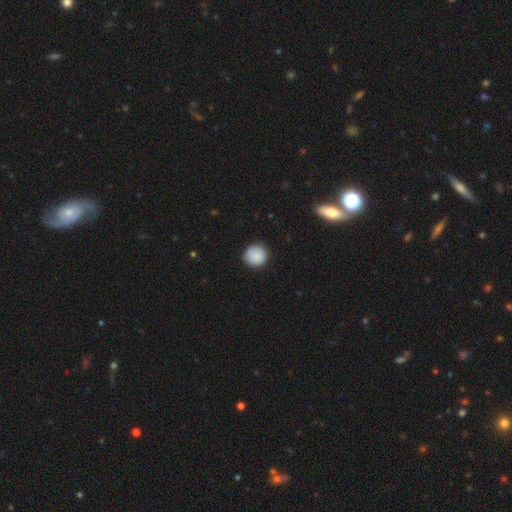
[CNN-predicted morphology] Q: Smooth or featured?
A: smooth (85%); runner-up: star or artifact (7%)
Q: How rounded?
A: round (94%); runner-up: in between (5%)
Q: Merging?
A: none (89%); runner-up: minor disturbance (8%)